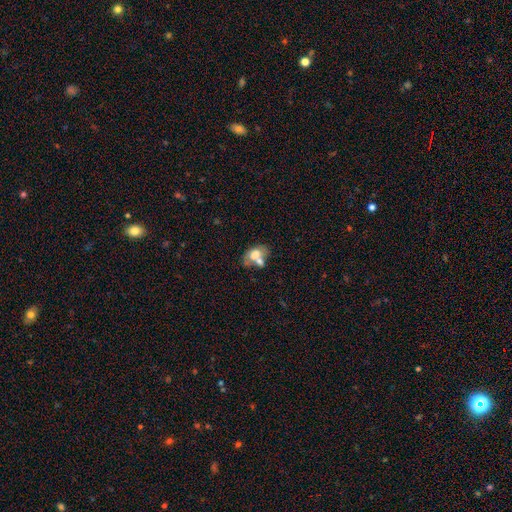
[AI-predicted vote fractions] Morphology: type=smooth (59%); roundness=in between (83%); merging=merger (50%).